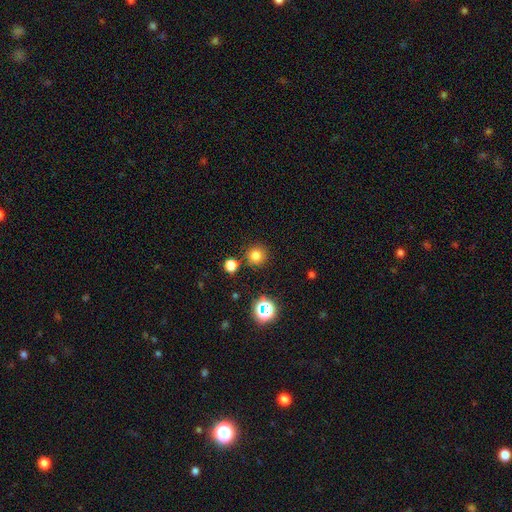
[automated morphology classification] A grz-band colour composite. It shows a smooth galaxy with no disk features (77%) that is round (94%). Merging: none (86%).